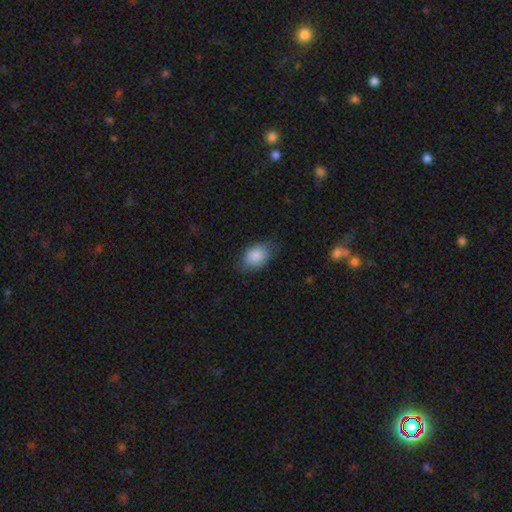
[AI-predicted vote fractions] Smooth or featured? Predicted: smooth (p=0.87). How rounded? Predicted: in between (p=0.84). Merging? Predicted: none (p=0.69).